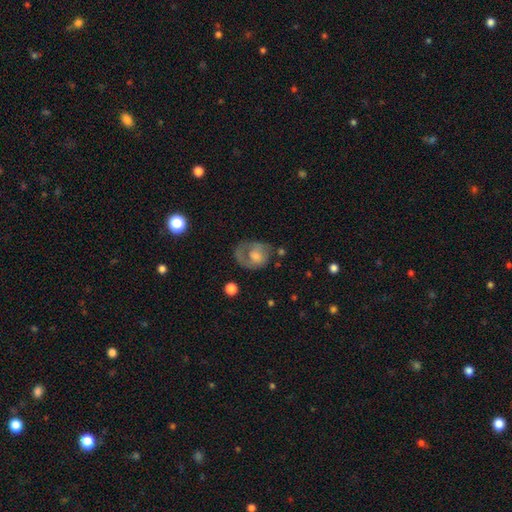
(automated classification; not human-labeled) Overall: featured or disk (56%; smooth 34%). Edge-on disk: no (97%). Bar: no (74%). Spiral arms: yes (66%; no 34%). Bulge size: moderate (43%; small 25%). Merging: none (49%; major disturbance 25%).